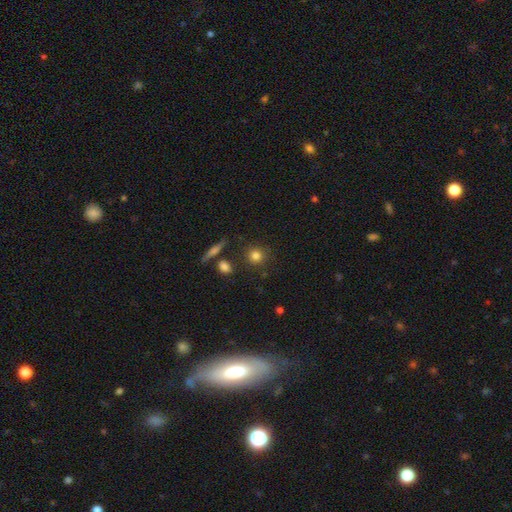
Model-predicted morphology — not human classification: smooth 81%, star or artifact 11%, featured or disk 8%. Down the decision tree: how rounded — round (89%); merging — none (83%).